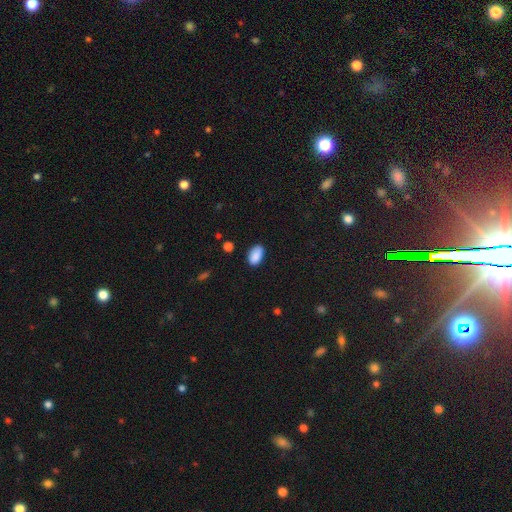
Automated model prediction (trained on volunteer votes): This is clearly a smooth galaxy (89%). How rounded: clearly in between (93%). Merging: likely none (79%).